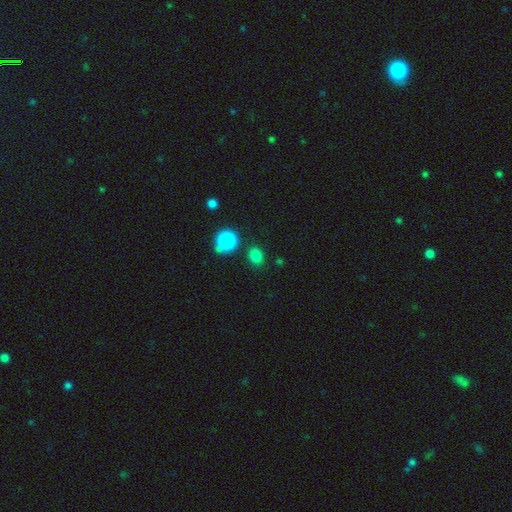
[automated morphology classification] Overall: smooth (79%). How rounded: round (58%; in between 41%). Merging: none (83%).